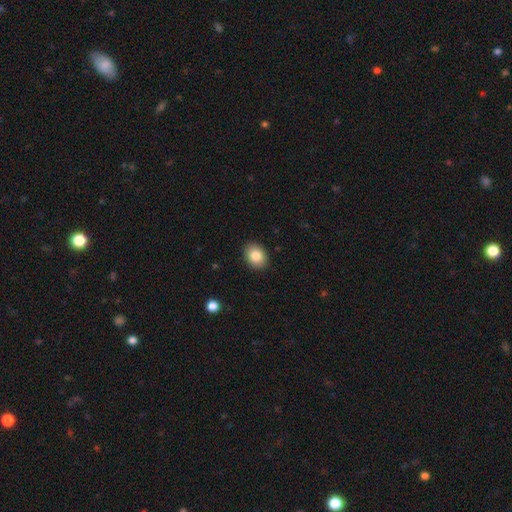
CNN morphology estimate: This is clearly a smooth galaxy (84%). How rounded: likely in between (63%). Merging: clearly none (90%).